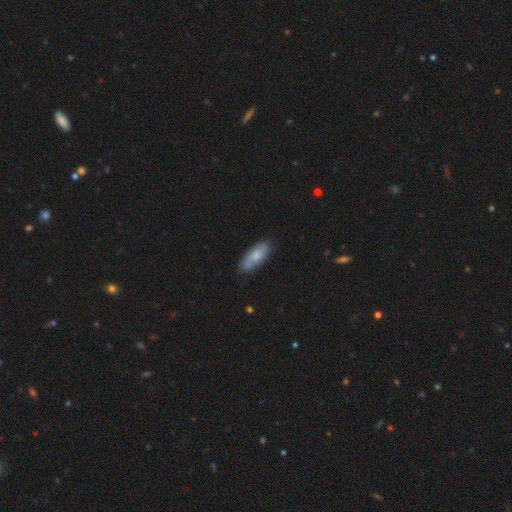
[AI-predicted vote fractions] A smooth galaxy with no disk features (70%) that is in between round and cigar-shaped (77%). Merging: none (74%).